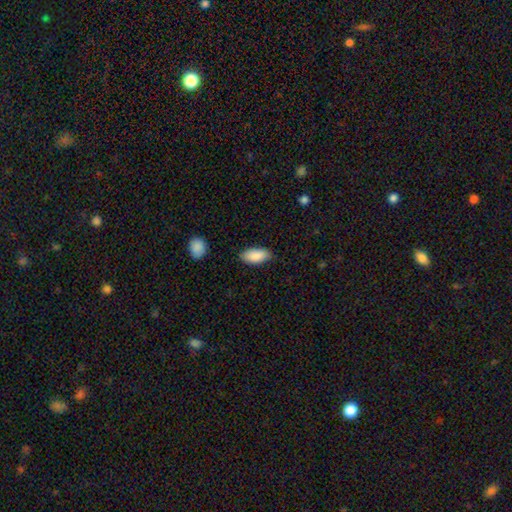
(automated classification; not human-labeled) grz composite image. It shows a smooth galaxy with no disk features (89%) that is in between round and cigar-shaped (92%). Merging: none (82%).